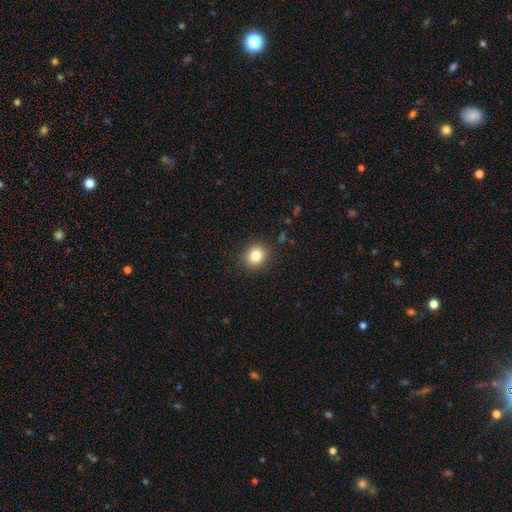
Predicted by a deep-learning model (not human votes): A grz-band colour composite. It shows a smooth galaxy with no disk features (83%) that is round (68%). Merging: none (88%).